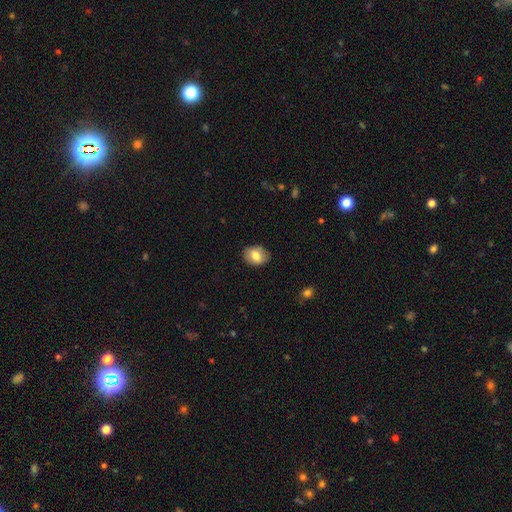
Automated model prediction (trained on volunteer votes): Smooth or featured? smooth (76%)
How rounded? in between (64%)
Merging? none (84%)